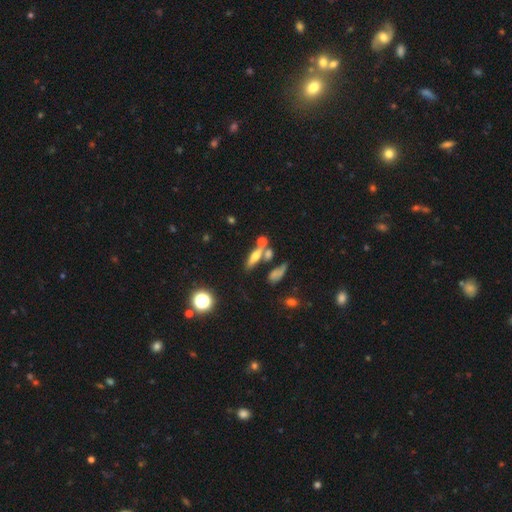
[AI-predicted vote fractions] This is possibly a smooth galaxy (52%). How rounded: possibly cigar-shaped (49%). Merging: possibly none (52%).